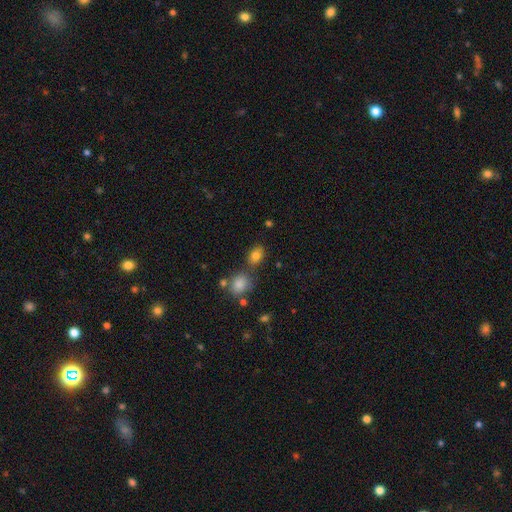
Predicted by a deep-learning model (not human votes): Overall: smooth (80%). How rounded: in between (73%). Merging: none (67%).